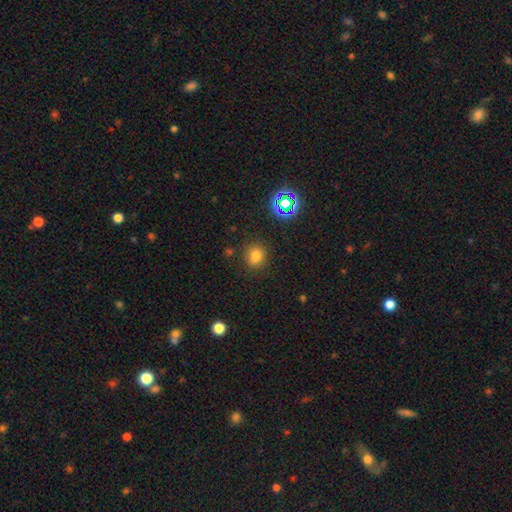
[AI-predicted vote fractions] The model was most divided on "how rounded": round: 69%, in between: 30%, cigar-shaped: 1%. More confident: merging — none (84%); smooth or featured — smooth (76%).